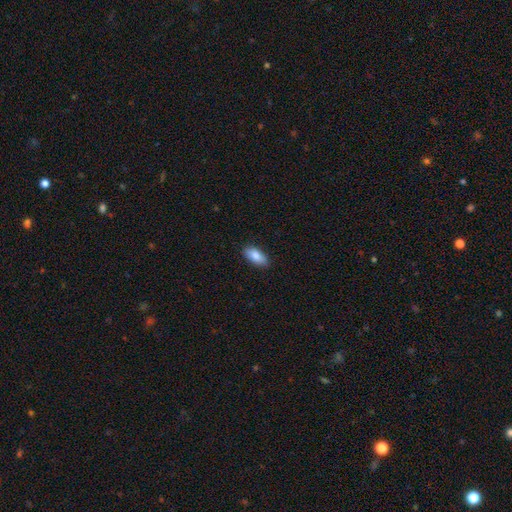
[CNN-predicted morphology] This is clearly a smooth galaxy (85%). How rounded: clearly in between (89%). Merging: clearly none (88%).